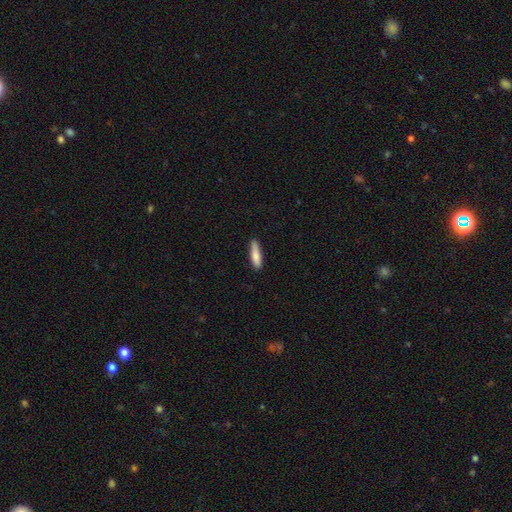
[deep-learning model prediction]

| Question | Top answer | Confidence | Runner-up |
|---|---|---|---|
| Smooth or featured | smooth | 81% | featured or disk (13%) |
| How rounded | cigar-shaped | 74% | in between (24%) |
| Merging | none | 81% | minor disturbance (15%) |